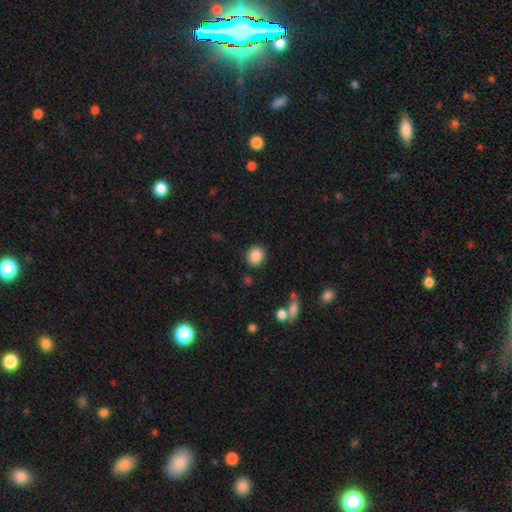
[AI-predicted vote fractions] Smooth or featured? Predicted: smooth (p=0.87). How rounded? Predicted: round (p=0.80). Merging? Predicted: none (p=0.87).